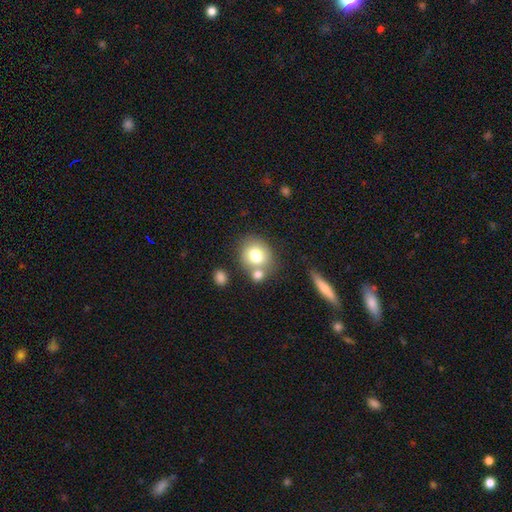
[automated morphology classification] Overall: smooth (76%). How rounded: round (71%). Merging: none (52%; merger 32%).